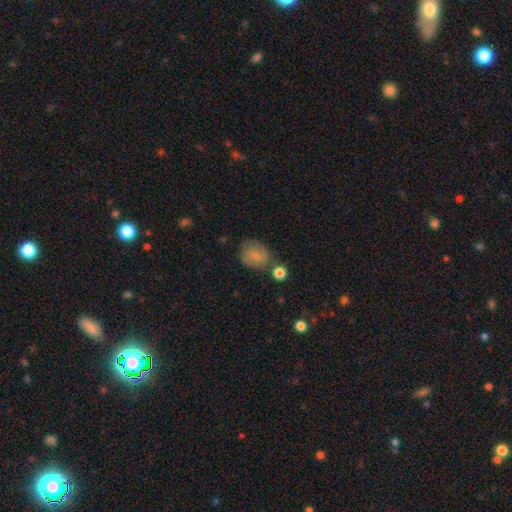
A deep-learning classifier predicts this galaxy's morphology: Smooth or featured?
  - smooth: 65% *
  - featured or disk: 25%
  - star or artifact: 10%
How rounded?
  - round: 67% *
  - in between: 31%
  - cigar-shaped: 1%
Merging?
  - none: 60% *
  - minor disturbance: 23%
  - merger: 9%
  - major disturbance: 9%